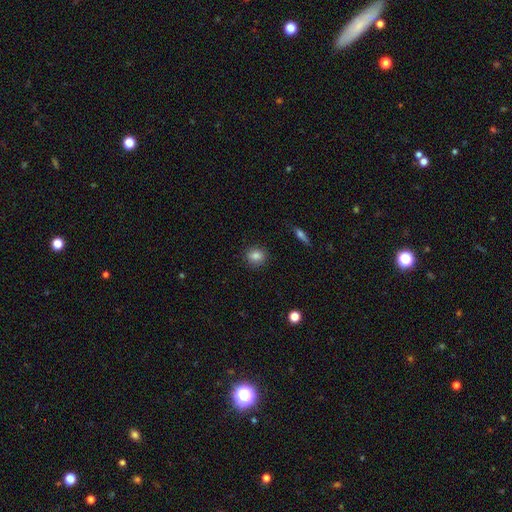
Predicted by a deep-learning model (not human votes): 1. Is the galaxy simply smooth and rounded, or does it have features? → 85% smooth, 9% star or artifact, 6% featured or disk.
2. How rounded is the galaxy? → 76% round, 23% in between, 1% cigar-shaped.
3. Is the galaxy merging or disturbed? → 89% none, 8% minor disturbance, 2% major disturbance, 1% merger.